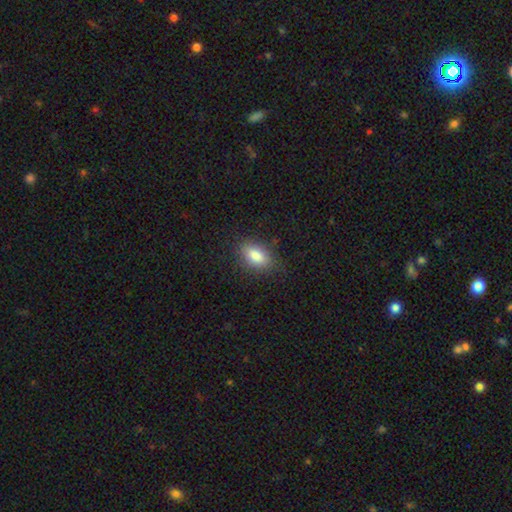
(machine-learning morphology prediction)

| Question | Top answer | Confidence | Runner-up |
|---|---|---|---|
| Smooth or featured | smooth | 84% | star or artifact (8%) |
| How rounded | in between | 89% | round (7%) |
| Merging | none | 82% | minor disturbance (13%) |